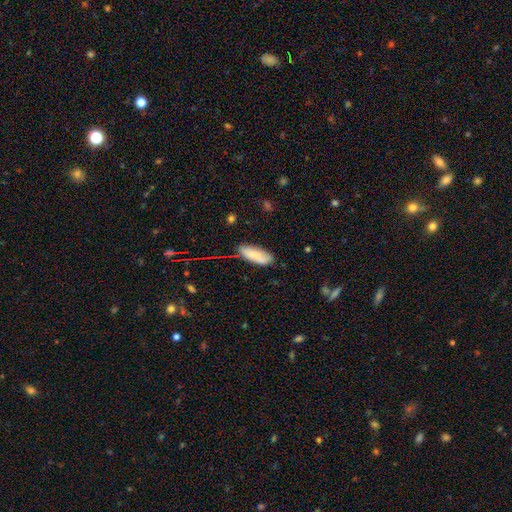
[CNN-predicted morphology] Smooth or featured: smooth — 83% (featured or disk — 10%)
How rounded: in between — 70% (cigar-shaped — 28%)
Merging: none — 71% (minor disturbance — 22%)